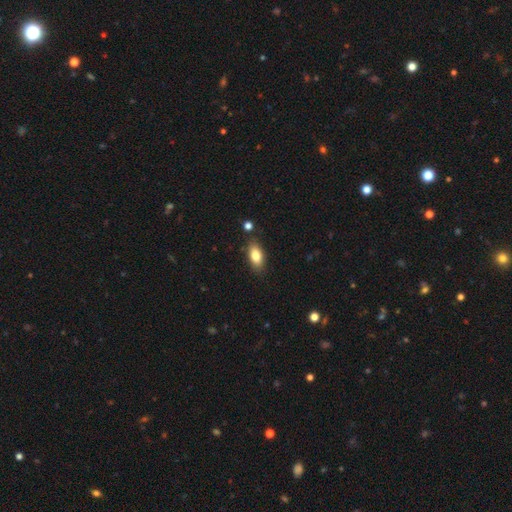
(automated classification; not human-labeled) Smooth or featured? smooth (81%)
How rounded? in between (88%)
Merging? none (82%)